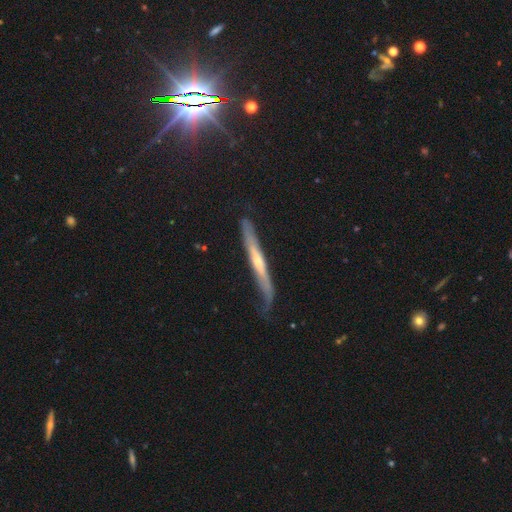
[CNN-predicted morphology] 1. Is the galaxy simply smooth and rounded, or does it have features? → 72% featured or disk, 19% smooth, 9% star or artifact.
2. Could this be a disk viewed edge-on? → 86% yes, 14% no.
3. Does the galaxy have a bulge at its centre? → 61% rounded, 34% none, 5% boxy.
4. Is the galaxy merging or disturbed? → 66% none, 26% minor disturbance, 6% major disturbance, 2% merger.